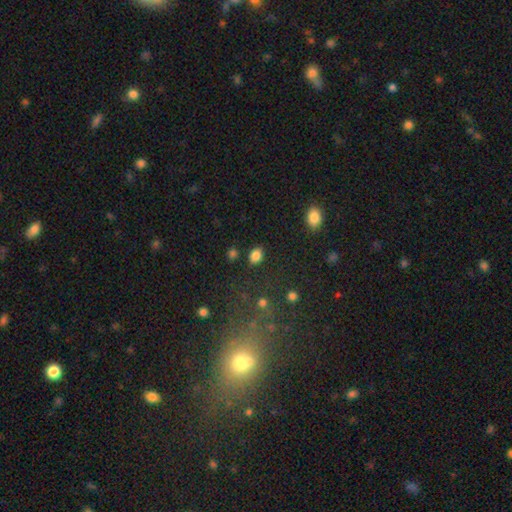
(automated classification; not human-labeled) smooth-or-featured: smooth: 84% | star or artifact: 11% | featured or disk: 5%
  how-rounded: in between: 66% | round: 33% | cigar-shaped: 1%
  merging: none: 83% | minor disturbance: 10% | merger: 3% | major disturbance: 3%